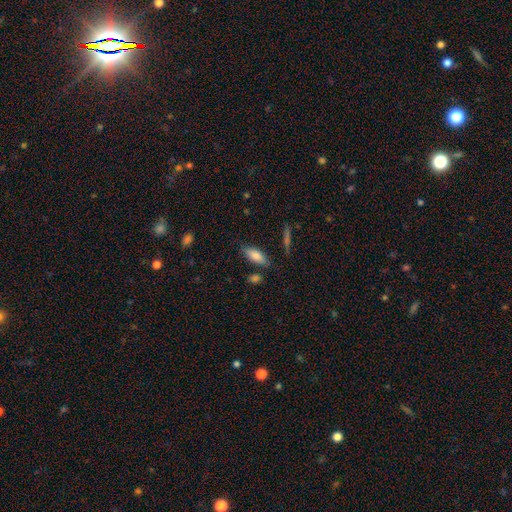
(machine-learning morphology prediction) type=smooth (80%); roundness=in between (72%); merging=none (77%).